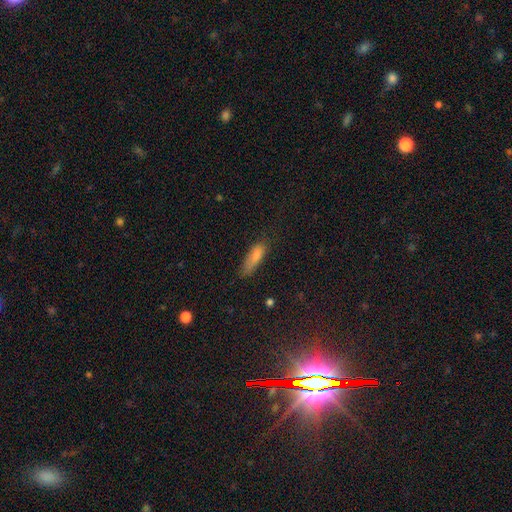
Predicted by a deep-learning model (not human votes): A smooth galaxy with no disk features (82%) that is cigar-shaped (51%).

Vote fractions:
- Smooth or featured? smooth: 82% / featured or disk: 10% / star or artifact: 9%
- How rounded? cigar-shaped: 51% / in between: 47% / round: 2%
- Merging? none: 60% / minor disturbance: 28% / major disturbance: 9% / merger: 3%